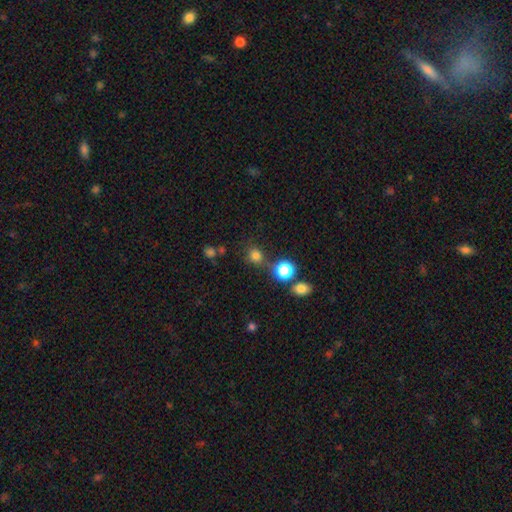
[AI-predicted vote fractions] Smooth or featured: smooth — 76% (star or artifact — 18%)
How rounded: round — 85% (in between — 14%)
Merging: none — 70% (merger — 12%)